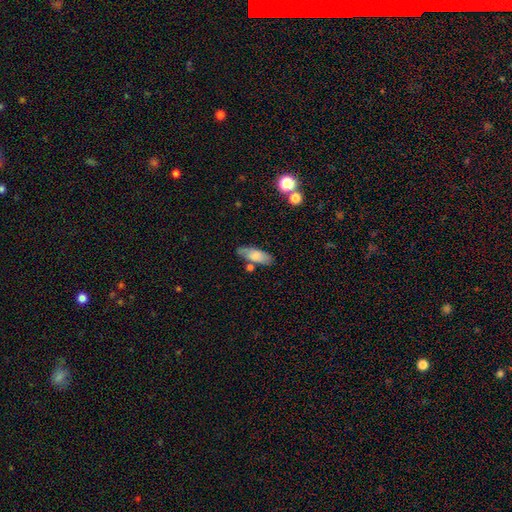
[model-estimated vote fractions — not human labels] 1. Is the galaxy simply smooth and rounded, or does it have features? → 73% smooth, 20% featured or disk, 7% star or artifact.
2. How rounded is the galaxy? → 72% in between, 25% cigar-shaped, 2% round.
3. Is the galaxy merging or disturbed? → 70% none, 17% minor disturbance, 9% merger, 4% major disturbance.